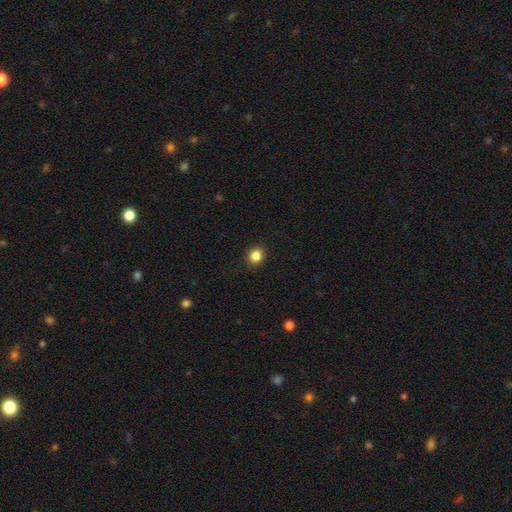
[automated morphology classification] This is clearly a smooth galaxy (86%). How rounded: likely round (73%). Merging: clearly none (90%).